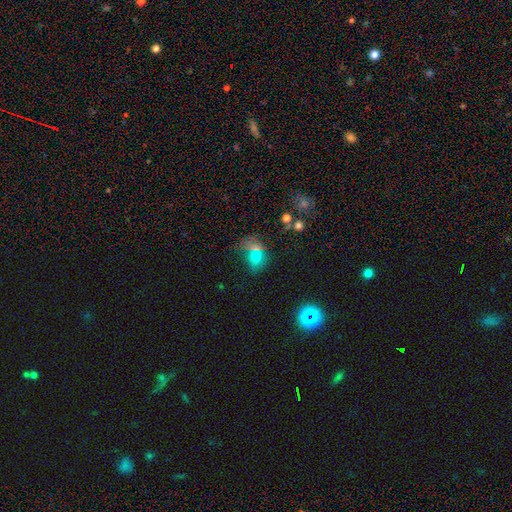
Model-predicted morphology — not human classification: Smooth or featured? Predicted: smooth (p=0.62). How rounded? Predicted: in between (p=0.65). Merging? Predicted: none (p=0.46).